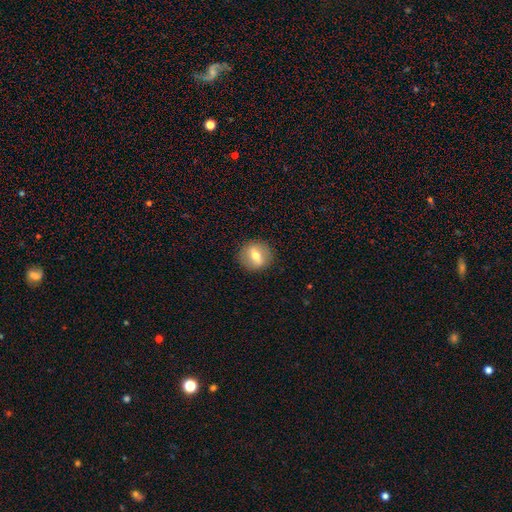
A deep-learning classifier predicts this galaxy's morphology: smooth 51%, featured or disk 40%, star or artifact 8%. Down the decision tree: how rounded — round (79%); merging — none (88%).